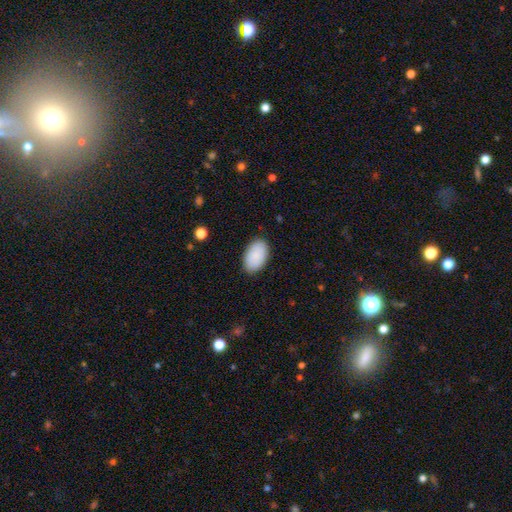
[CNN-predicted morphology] Smooth or featured? Predicted: smooth (p=0.90). How rounded? Predicted: in between (p=0.94). Merging? Predicted: none (p=0.88).